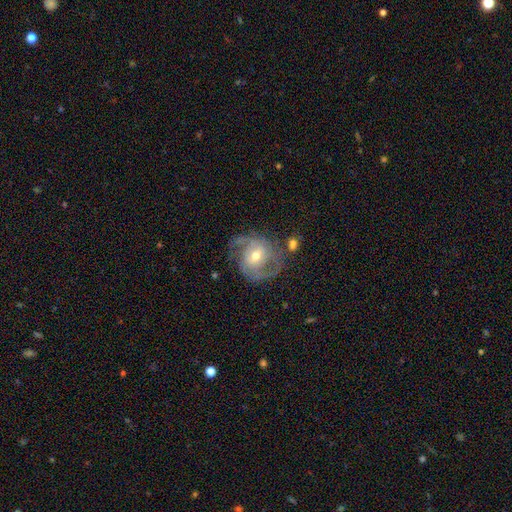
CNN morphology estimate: type=featured or disk (84%); edge-on=no (98%); bar=no (46%); spiral arms=yes (93%); winding=medium (48%); arm count=2 (69%); bulge=moderate (62%); merging=none (61%).